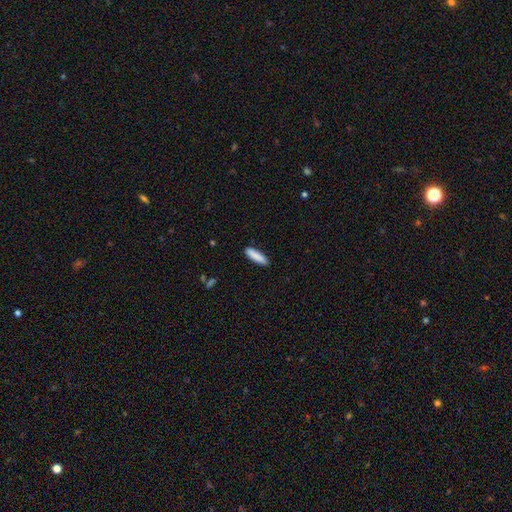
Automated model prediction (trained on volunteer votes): This appears to be a smooth galaxy with no disk features (87%) that is cigar-shaped (75%). Merging: none (89%).